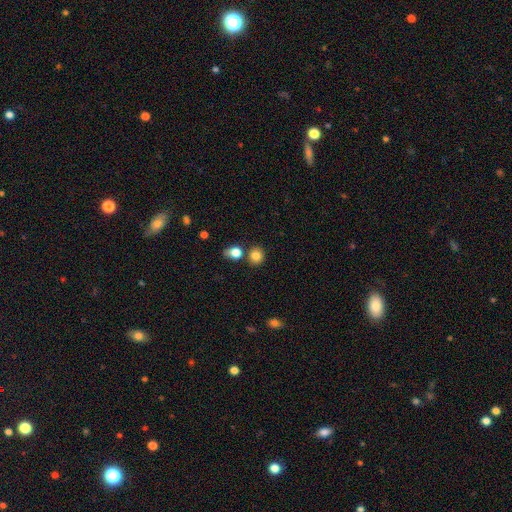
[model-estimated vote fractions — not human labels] Morphology: type=smooth (82%); roundness=round (80%); merging=none (74%).